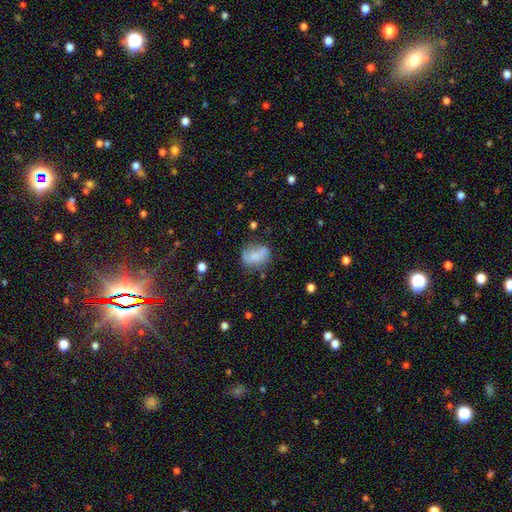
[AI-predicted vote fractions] Smooth or featured? smooth (70%)
How rounded? in between (70%)
Merging? none (53%)